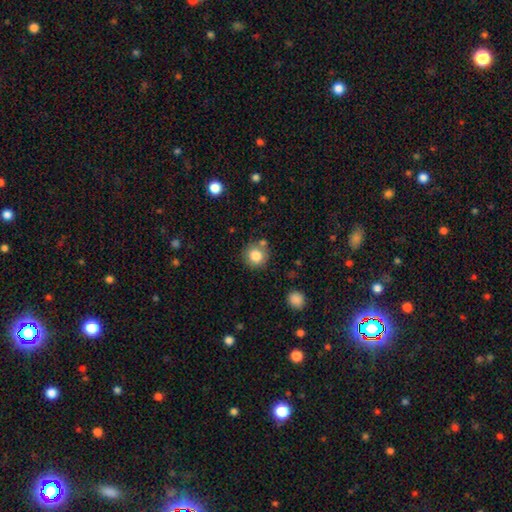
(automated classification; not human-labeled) smooth_or_featured: smooth (p=0.82) [alt: star or artifact p=0.10]
how_rounded: round (p=0.92) [alt: in between p=0.07]
merging: none (p=0.76) [alt: minor disturbance p=0.11]